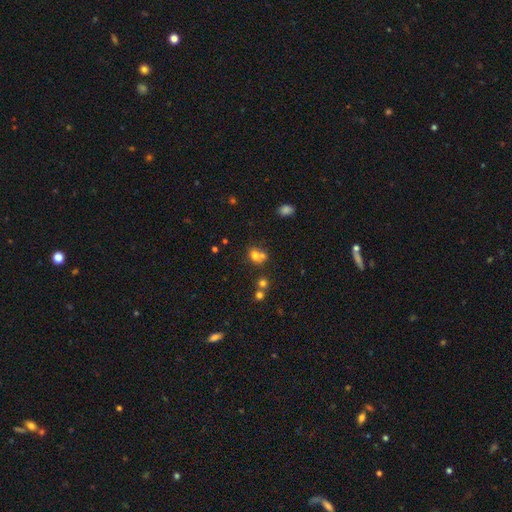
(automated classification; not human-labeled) Q: Smooth or featured?
A: smooth (68%); runner-up: star or artifact (17%)
Q: How rounded?
A: round (62%); runner-up: in between (37%)
Q: Merging?
A: merger (49%); runner-up: none (37%)